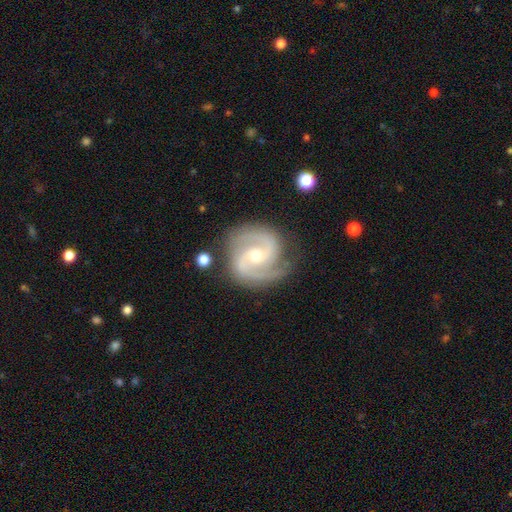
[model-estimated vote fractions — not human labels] Smooth or featured: featured or disk — 92% (star or artifact — 4%)
Edge-on disk: no — 98% (yes — 2%)
Bar: no — 42% (tied with weak — 42%)
Spiral arms: yes — 98% (no — 2%)
Spiral winding: medium — 54% (tight — 37%)
Spiral arm count: 2 — 87% (3 — 7%)
Bulge size: moderate — 55% (small — 42%)
Merging: none — 82% (minor disturbance — 13%)